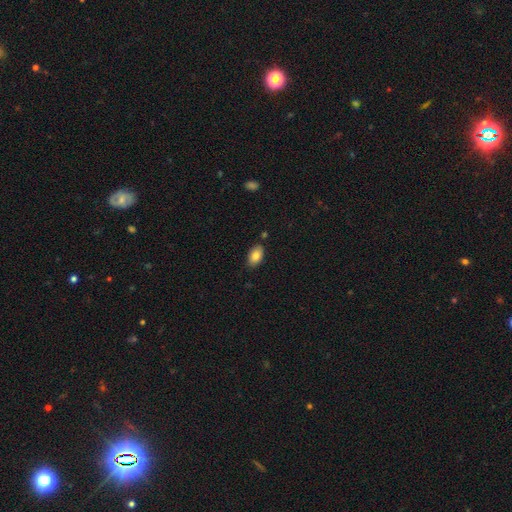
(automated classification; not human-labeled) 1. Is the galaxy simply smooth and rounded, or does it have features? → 82% smooth, 11% featured or disk, 8% star or artifact.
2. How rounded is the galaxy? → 92% in between, 6% round, 2% cigar-shaped.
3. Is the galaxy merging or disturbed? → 82% none, 13% minor disturbance, 3% merger, 2% major disturbance.